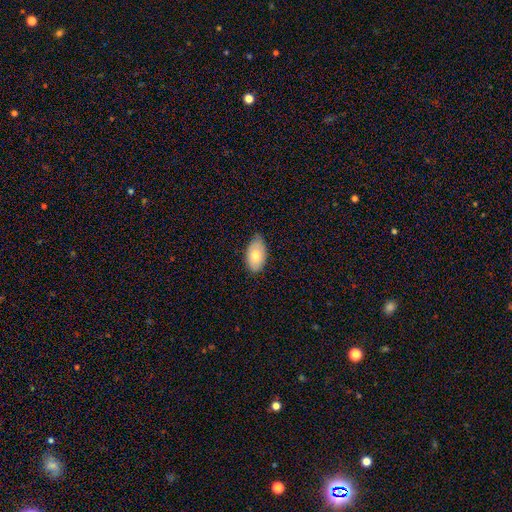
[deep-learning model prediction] A smooth galaxy with no disk features (77%) that is in between round and cigar-shaped (94%). Merging: none (71%).